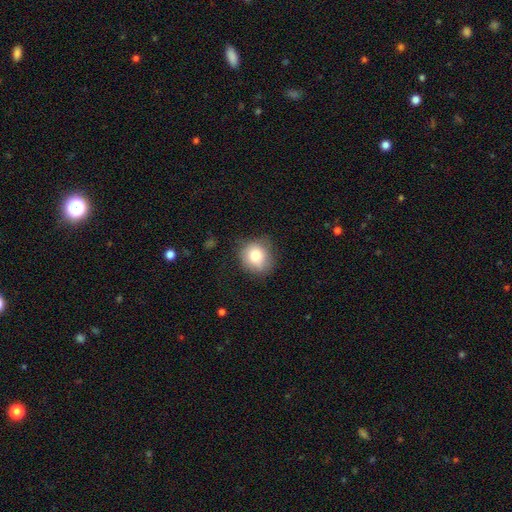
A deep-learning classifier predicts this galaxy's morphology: Smooth or featured: smooth — 78% (featured or disk — 12%)
How rounded: round — 77% (in between — 22%)
Merging: none — 72% (minor disturbance — 21%)